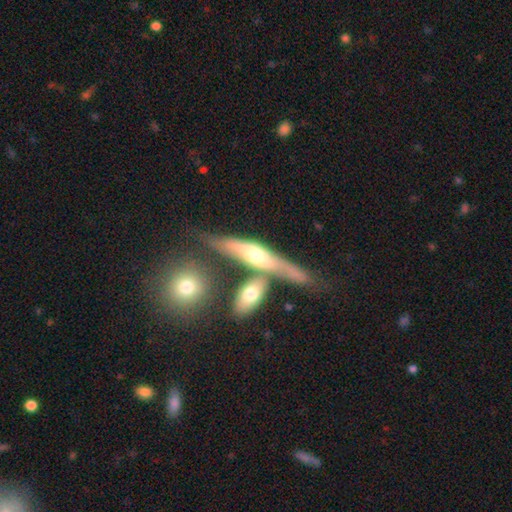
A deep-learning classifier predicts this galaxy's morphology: A featured or disk galaxy (73%) viewed edge-on (87%) with a rounded central bulge (80%). Merging: none (57%).